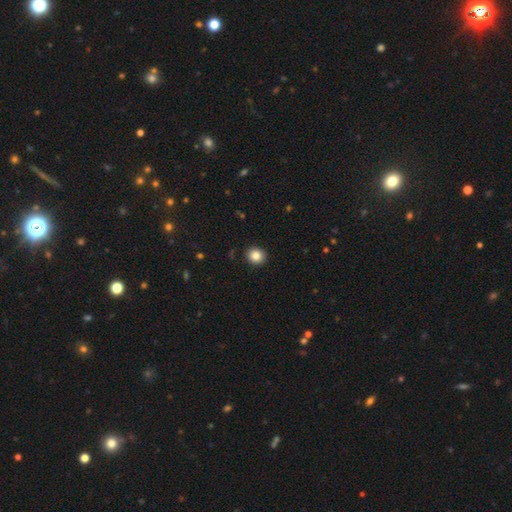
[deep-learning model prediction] smooth-or-featured: smooth: 84% | star or artifact: 10% | featured or disk: 6%
  how-rounded: round: 83% | in between: 16% | cigar-shaped: 1%
  merging: none: 92% | minor disturbance: 5% | major disturbance: 2% | merger: 1%